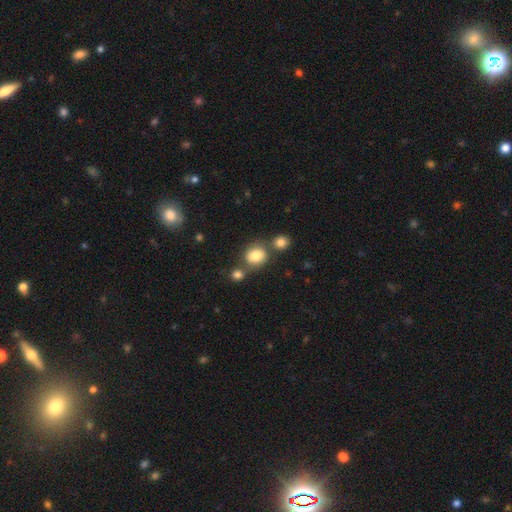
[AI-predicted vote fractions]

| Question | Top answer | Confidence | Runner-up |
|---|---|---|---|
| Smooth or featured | smooth | 81% | star or artifact (10%) |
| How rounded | round | 69% | in between (30%) |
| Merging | none | 59% | merger (24%) |